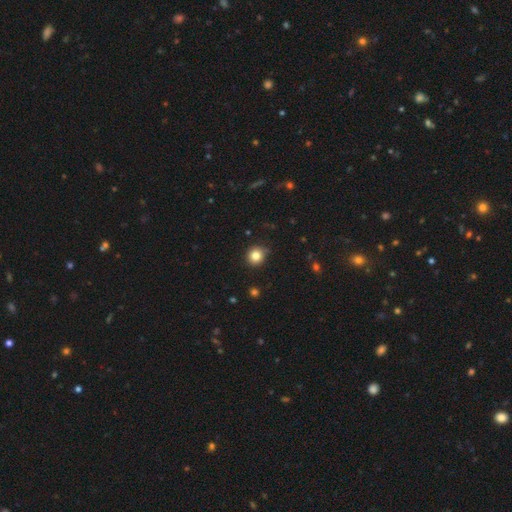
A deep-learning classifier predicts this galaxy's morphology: The model was most divided on "smooth or featured": smooth: 83%, star or artifact: 11%, featured or disk: 6%. More confident: how rounded — round (90%); merging — none (87%).